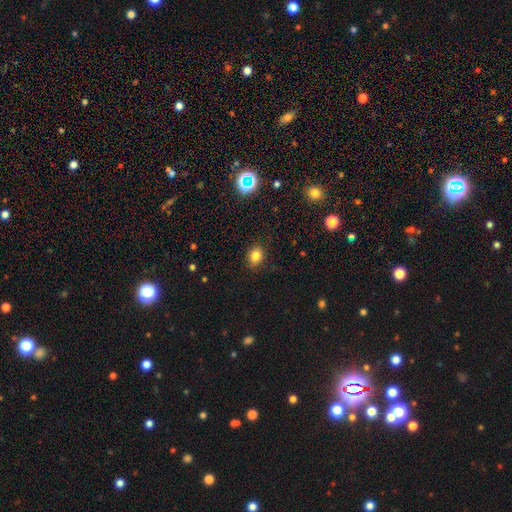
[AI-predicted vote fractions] A smooth galaxy with no disk features (80%) that is round (59%).

Vote fractions:
- Smooth or featured? smooth: 80% / star or artifact: 14% / featured or disk: 6%
- How rounded? round: 59% / in between: 40% / cigar-shaped: 1%
- Merging? none: 86% / minor disturbance: 10% / major disturbance: 3% / merger: 1%